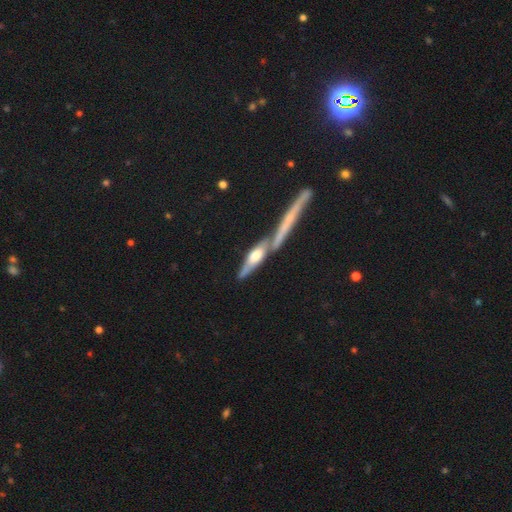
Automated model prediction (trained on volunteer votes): Smooth or featured: featured or disk — 56% (smooth — 37%)
Edge-on disk: yes — 84% (no — 16%)
Merging: none — 47% (merger — 36%)